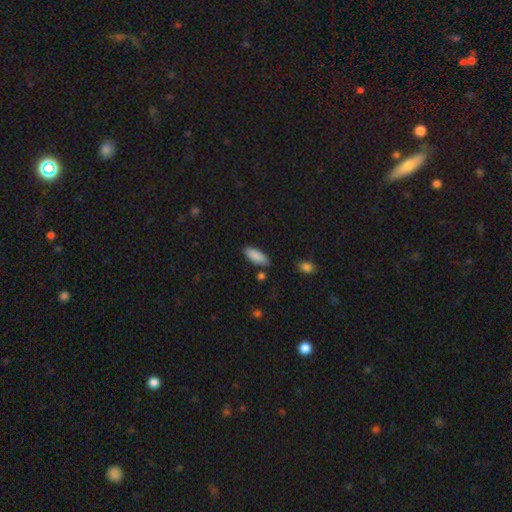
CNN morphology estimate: Smooth or featured? Predicted: smooth (p=0.88). How rounded? Predicted: in between (p=0.77). Merging? Predicted: none (p=0.83).